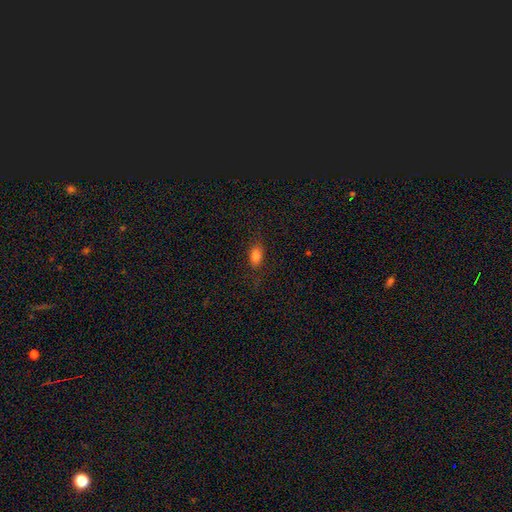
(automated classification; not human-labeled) Morphology: type=smooth (82%); roundness=in between (82%); merging=none (79%).